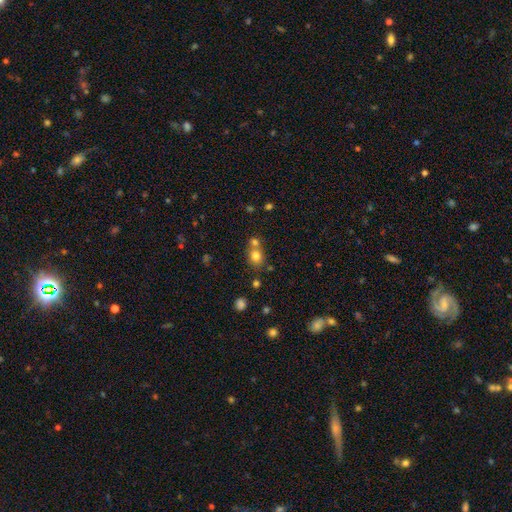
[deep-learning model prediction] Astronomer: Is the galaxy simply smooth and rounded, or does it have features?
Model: smooth — 77%.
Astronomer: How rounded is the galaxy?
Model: round — 69%.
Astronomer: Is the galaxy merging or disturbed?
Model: none — 52% (runner-up: merger, 37%).